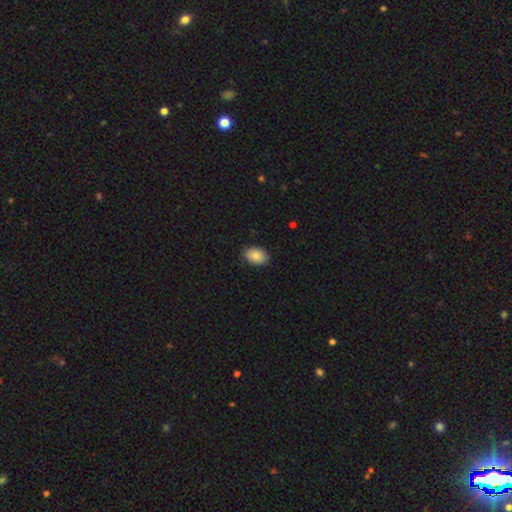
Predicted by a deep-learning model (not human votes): This appears to be a smooth galaxy with no disk features (85%) that is in between round and cigar-shaped (81%). Merging: none (85%).